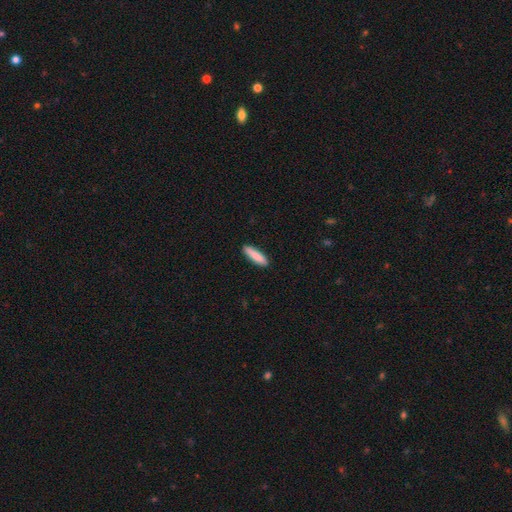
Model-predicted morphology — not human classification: smooth-or-featured: smooth: 87% | featured or disk: 7% | star or artifact: 5%
  how-rounded: cigar-shaped: 76% | in between: 23% | round: 1%
  merging: none: 90% | minor disturbance: 7% | major disturbance: 1% | merger: 1%